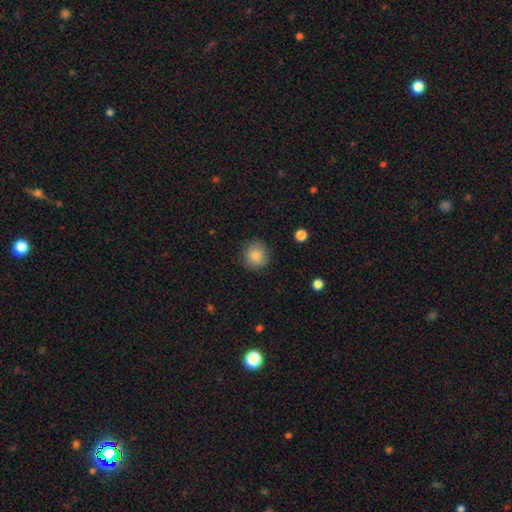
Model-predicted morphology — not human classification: Overall: smooth (85%). How rounded: round (91%). Merging: none (87%).